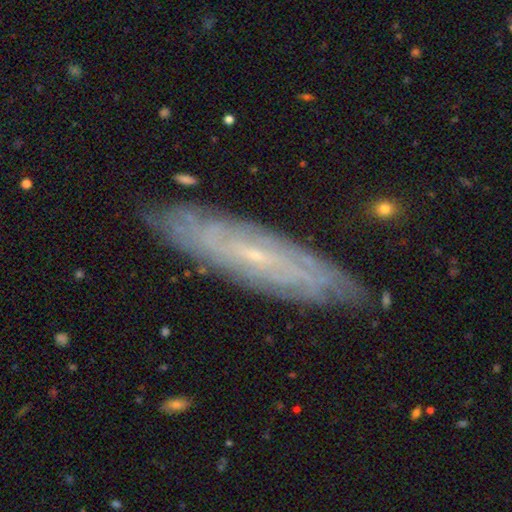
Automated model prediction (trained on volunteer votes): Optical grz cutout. It shows a featured or disk galaxy (76%) with no bar (55%), spiral arms (90%) and a small central bulge (85%). Merging: none (85%).